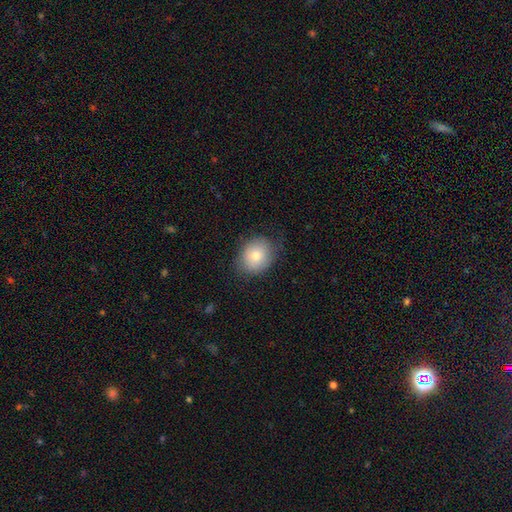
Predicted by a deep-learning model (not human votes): smooth 77%, featured or disk 15%, star or artifact 9%. Down the decision tree: how rounded — round (58%); merging — none (76%).